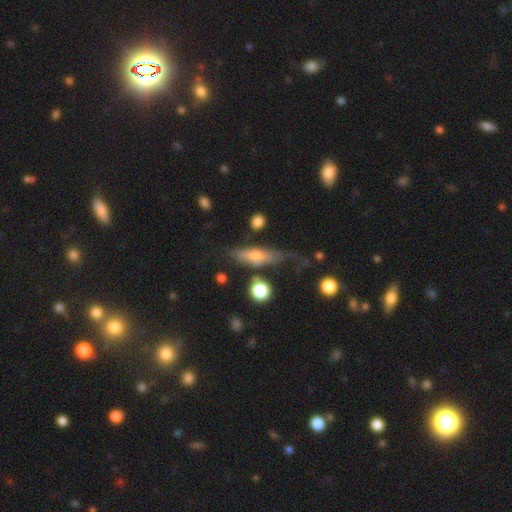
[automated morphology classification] Smooth or featured?
  - featured or disk: 47% *
  - smooth: 45%
  - star or artifact: 8%
Merging?
  - none: 52% *
  - minor disturbance: 27%
  - major disturbance: 14%
  - merger: 7%